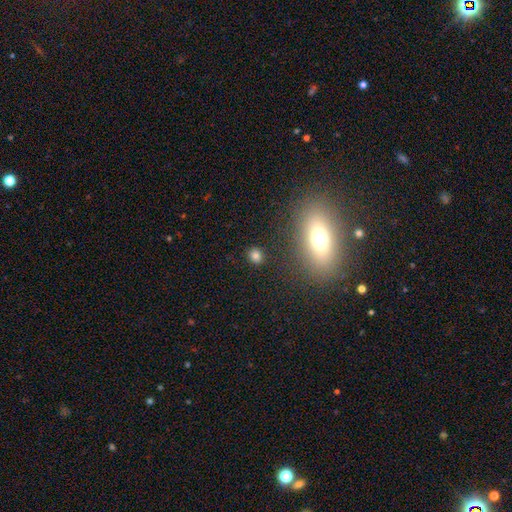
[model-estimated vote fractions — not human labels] A smooth galaxy with no disk features (79%) that is round (69%). Merging: none (86%).